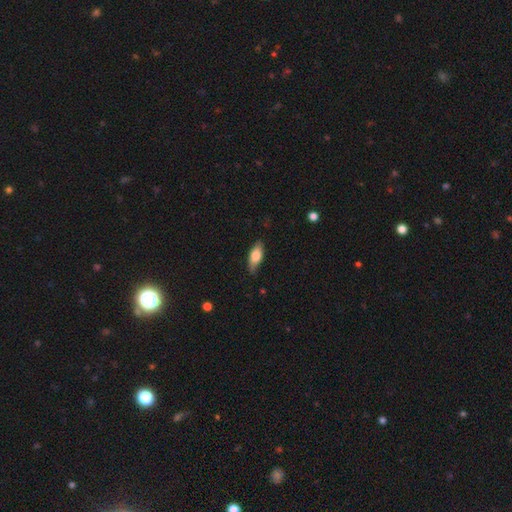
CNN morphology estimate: This appears to be a smooth galaxy with no disk features (74%) that is in between round and cigar-shaped (78%). Merging: none (75%).